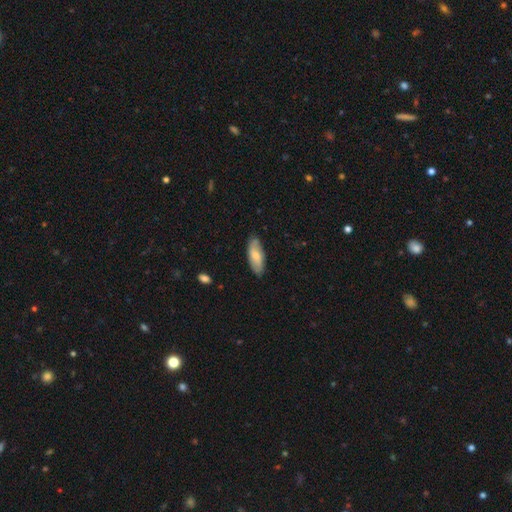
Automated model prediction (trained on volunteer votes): smooth-or-featured: smooth: 62% | featured or disk: 33% | star or artifact: 6%
  how-rounded: in between: 78% | cigar-shaped: 20% | round: 2%
  merging: none: 82% | minor disturbance: 14% | major disturbance: 2% | merger: 1%